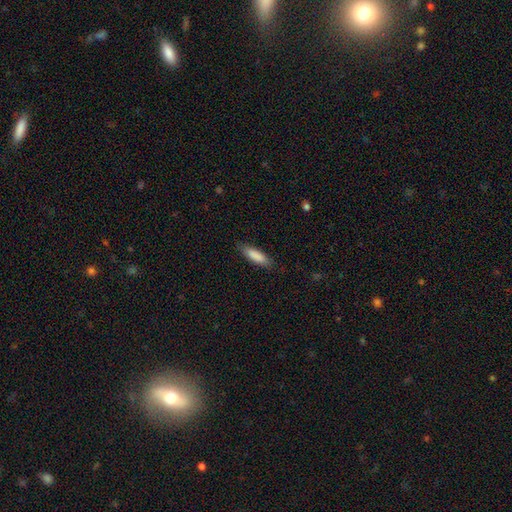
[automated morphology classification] smooth_or_featured: smooth (p=0.86) [alt: featured or disk p=0.08]
how_rounded: cigar-shaped (p=0.56) [alt: in between p=0.43]
merging: none (p=0.83) [alt: minor disturbance p=0.13]